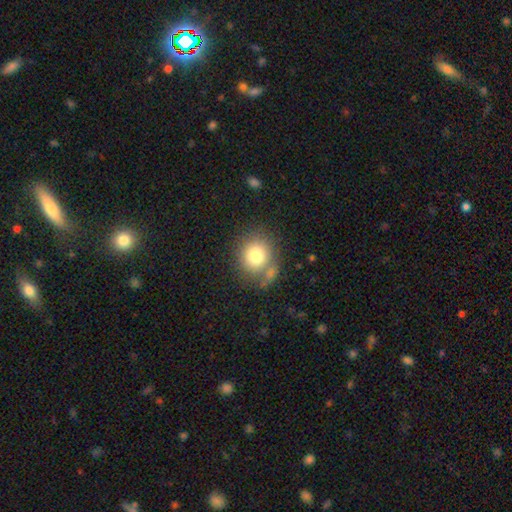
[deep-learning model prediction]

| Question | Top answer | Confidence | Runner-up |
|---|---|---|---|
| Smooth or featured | smooth | 79% | featured or disk (11%) |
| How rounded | round | 83% | in between (16%) |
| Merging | none | 64% | minor disturbance (15%) |